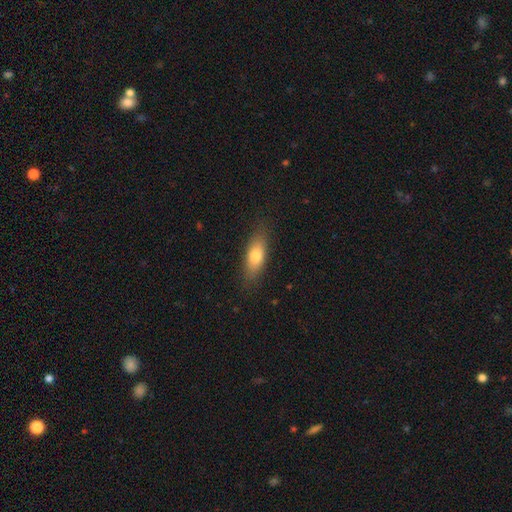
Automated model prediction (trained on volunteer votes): smooth 76%, featured or disk 17%, star or artifact 7%. Down the decision tree: how rounded — in between (67%); merging — none (84%).